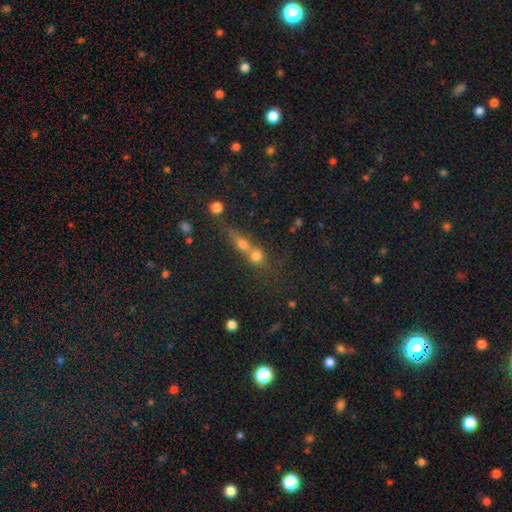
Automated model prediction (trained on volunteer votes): smooth_or_featured: smooth (p=0.61) [alt: featured or disk p=0.22]
how_rounded: round (p=0.62) [alt: in between p=0.24]
merging: merger (p=0.65) [alt: none p=0.25]